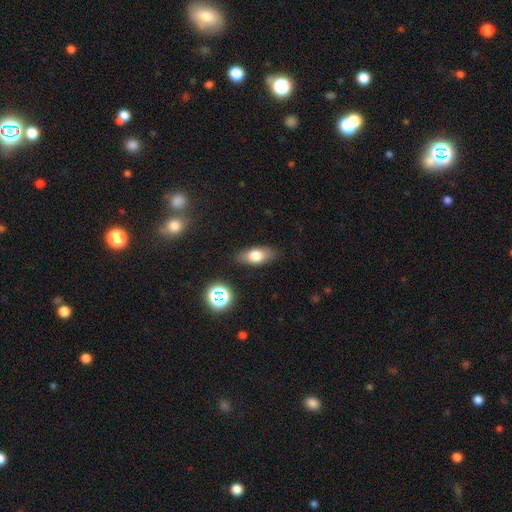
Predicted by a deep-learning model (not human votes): Smooth or featured? Predicted: smooth (p=0.69). How rounded? Predicted: in between (p=0.79). Merging? Predicted: none (p=0.82).